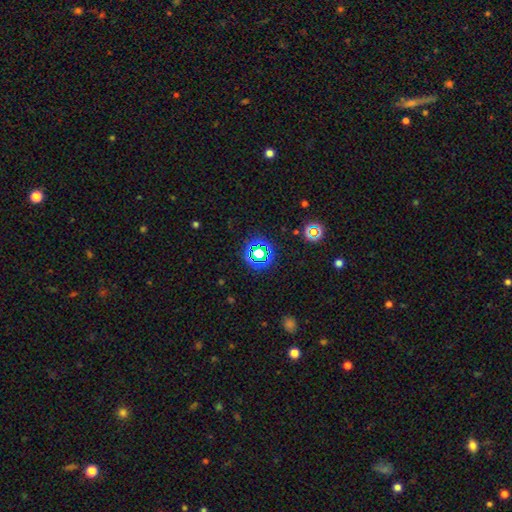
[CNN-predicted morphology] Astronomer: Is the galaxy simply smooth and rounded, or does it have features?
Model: star or artifact — 65%.